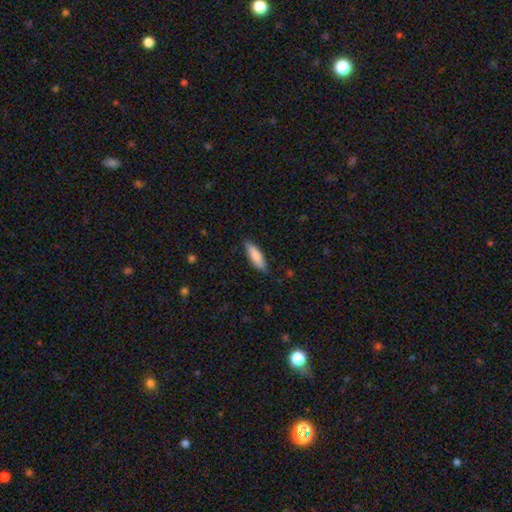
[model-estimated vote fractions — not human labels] Q: Smooth or featured?
A: smooth (80%); runner-up: featured or disk (14%)
Q: How rounded?
A: cigar-shaped (60%); runner-up: in between (38%)
Q: Merging?
A: none (83%); runner-up: minor disturbance (13%)